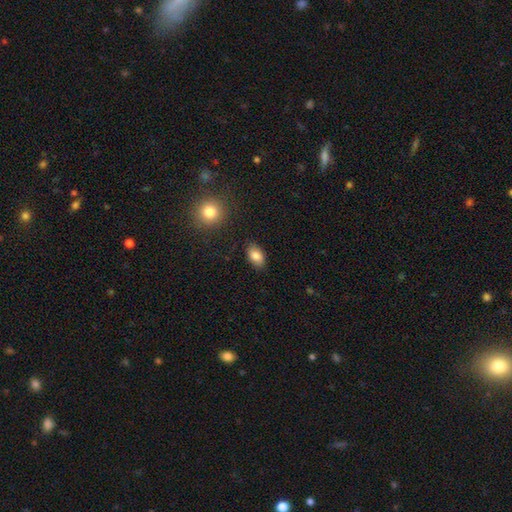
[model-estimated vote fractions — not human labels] This is clearly a smooth galaxy (85%). How rounded: clearly in between (90%). Merging: clearly none (86%).